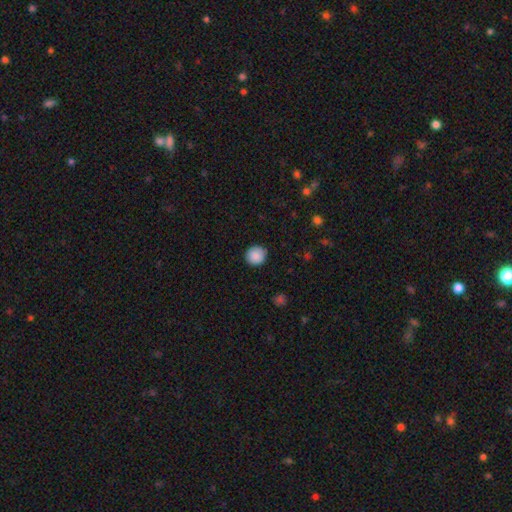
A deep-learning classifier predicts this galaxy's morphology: Smooth or featured: smooth — 88% (star or artifact — 8%)
How rounded: round — 90% (in between — 9%)
Merging: none — 88% (minor disturbance — 9%)